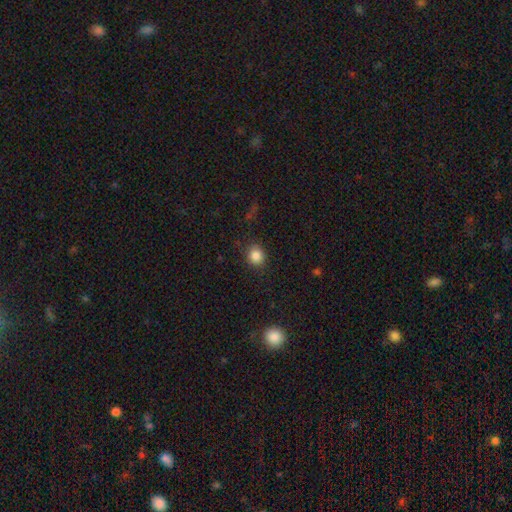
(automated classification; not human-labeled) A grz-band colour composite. It shows a smooth galaxy with no disk features (85%) that is round (74%). Merging: none (84%).